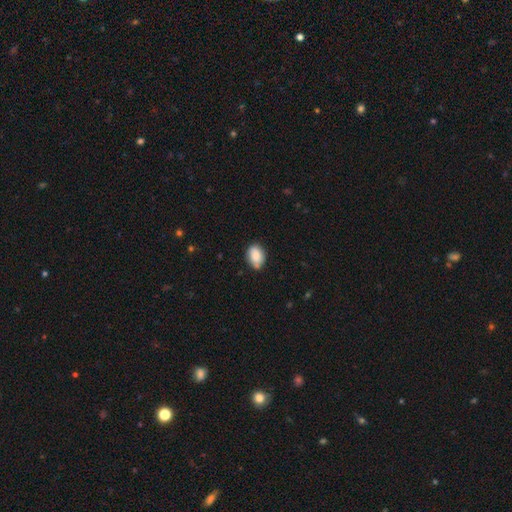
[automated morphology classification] This is clearly a smooth galaxy (84%). How rounded: likely in between (78%). Merging: likely none (70%).